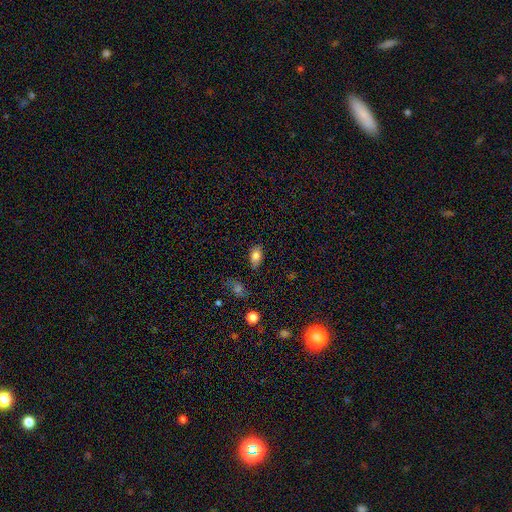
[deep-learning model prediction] Morphology: type=smooth (81%); roundness=in between (89%); merging=none (80%).